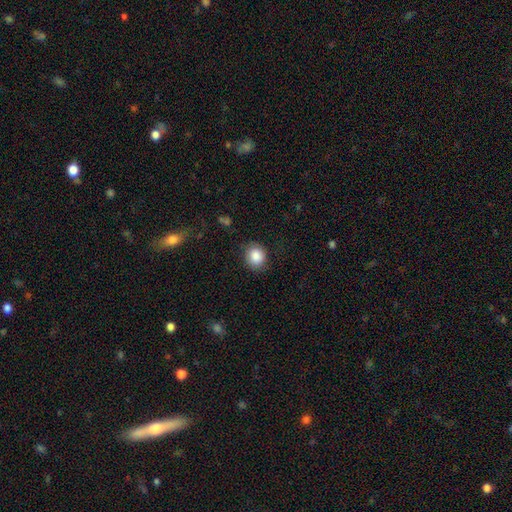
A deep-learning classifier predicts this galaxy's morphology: The model was most divided on "how rounded": round: 76%, in between: 23%, cigar-shaped: 1%. More confident: smooth or featured — smooth (86%); merging — none (83%).